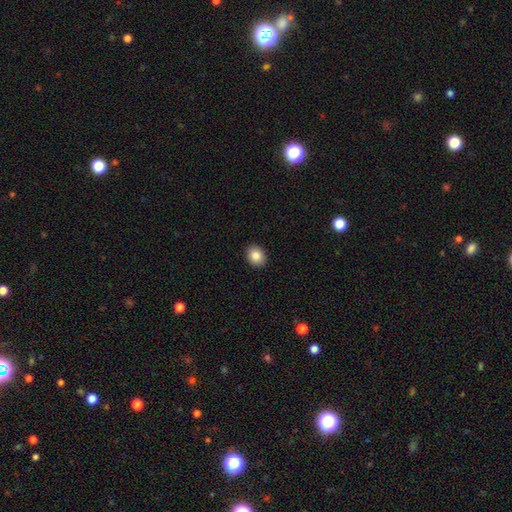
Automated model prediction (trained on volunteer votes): Smooth or featured?
  - smooth: 85% *
  - star or artifact: 9%
  - featured or disk: 6%
How rounded?
  - round: 51% *
  - in between: 48%
  - cigar-shaped: 1%
Merging?
  - none: 91% *
  - minor disturbance: 6%
  - major disturbance: 2%
  - merger: 1%